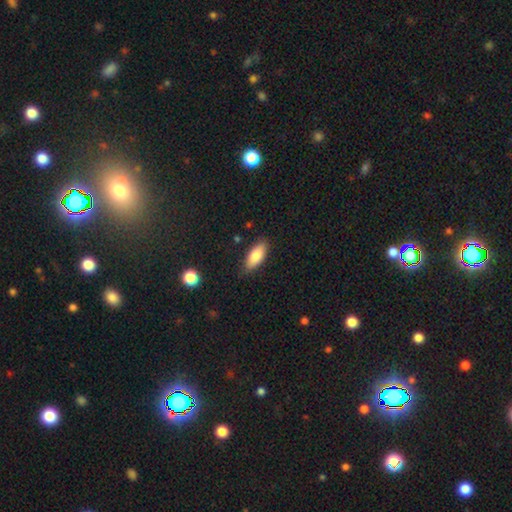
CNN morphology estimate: Overall: smooth (83%). How rounded: in between (81%). Merging: none (83%).